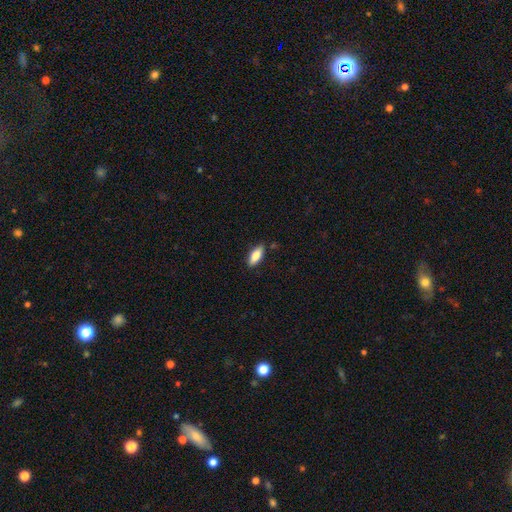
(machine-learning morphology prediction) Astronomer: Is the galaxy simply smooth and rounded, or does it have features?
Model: smooth — 81%.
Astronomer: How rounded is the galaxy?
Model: in between — 76%.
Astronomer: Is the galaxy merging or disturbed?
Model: none — 85%.